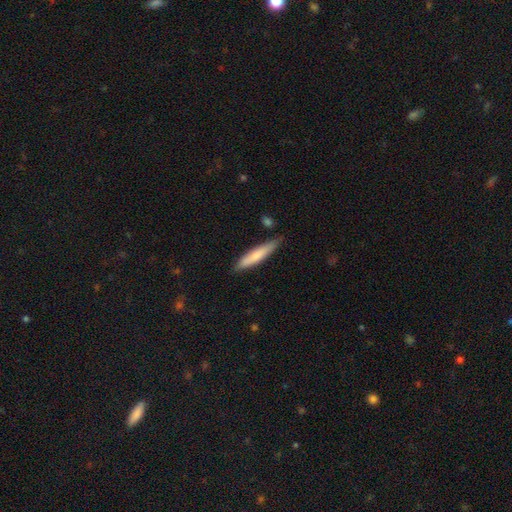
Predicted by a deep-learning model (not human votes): A smooth galaxy with no disk features (71%) that is cigar-shaped (88%). Merging: none (81%).